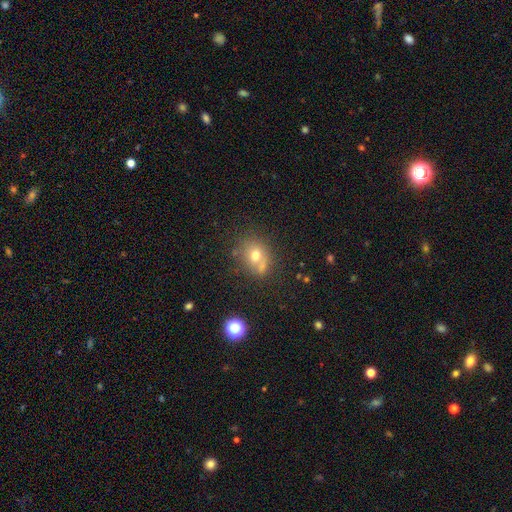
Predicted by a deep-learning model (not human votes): Smooth or featured? Predicted: smooth (p=0.68). How rounded? Predicted: round (p=0.65). Merging? Predicted: none (p=0.52).